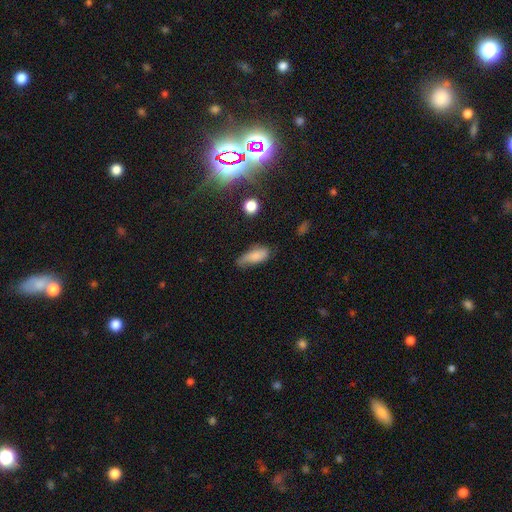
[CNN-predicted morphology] A smooth galaxy with no disk features (80%) that is in between round and cigar-shaped (76%).

Vote fractions:
- Smooth or featured? smooth: 80% / featured or disk: 11% / star or artifact: 8%
- How rounded? in between: 76% / cigar-shaped: 21% / round: 3%
- Merging? none: 49% / minor disturbance: 37% / major disturbance: 10% / merger: 3%